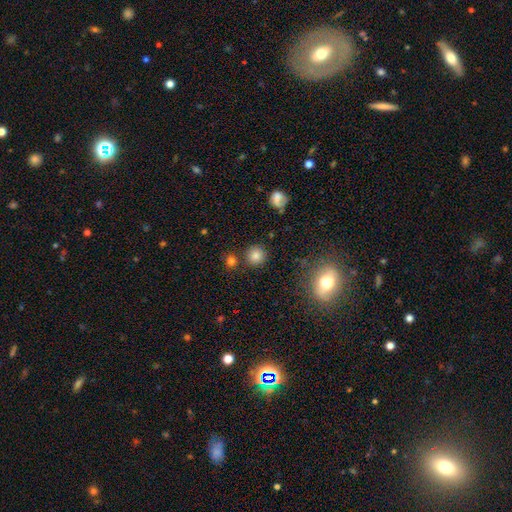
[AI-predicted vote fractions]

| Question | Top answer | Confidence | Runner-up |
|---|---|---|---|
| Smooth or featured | smooth | 80% | star or artifact (14%) |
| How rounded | round | 93% | in between (6%) |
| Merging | none | 85% | minor disturbance (7%) |